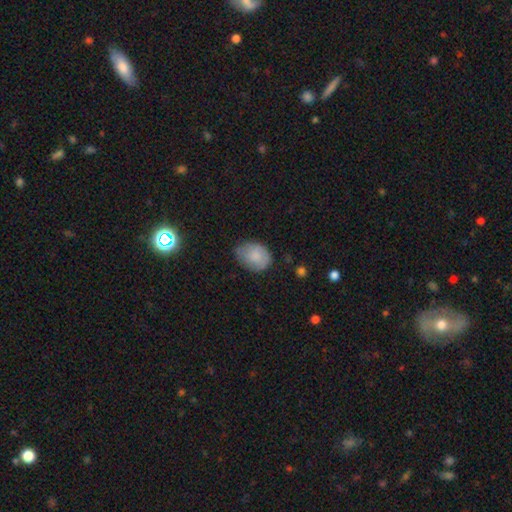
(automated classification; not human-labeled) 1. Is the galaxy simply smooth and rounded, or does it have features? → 78% smooth, 15% featured or disk, 7% star or artifact.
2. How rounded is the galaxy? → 62% in between, 37% round, 1% cigar-shaped.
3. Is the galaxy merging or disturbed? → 60% none, 31% minor disturbance, 7% major disturbance, 2% merger.